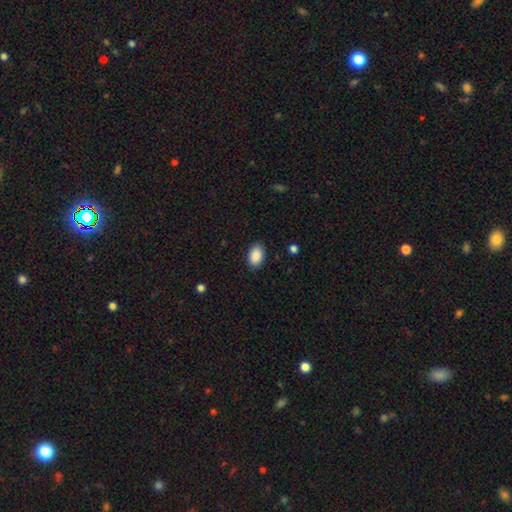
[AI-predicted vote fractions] Smooth or featured: smooth — 90% (star or artifact — 7%)
How rounded: in between — 91% (round — 7%)
Merging: none — 87% (minor disturbance — 9%)